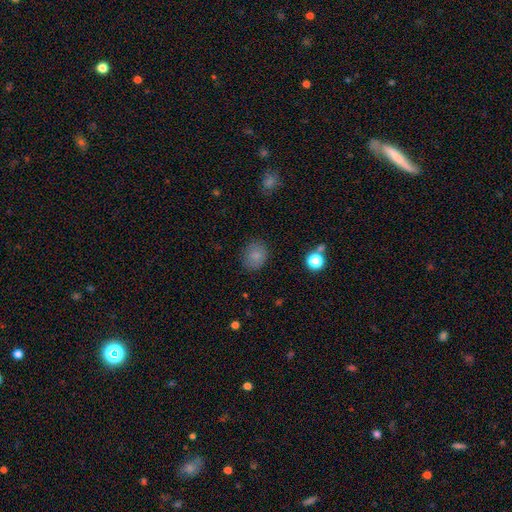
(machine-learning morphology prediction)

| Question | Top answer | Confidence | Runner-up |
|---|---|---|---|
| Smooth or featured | smooth | 82% | star or artifact (11%) |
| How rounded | round | 63% | in between (36%) |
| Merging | none | 83% | minor disturbance (12%) |